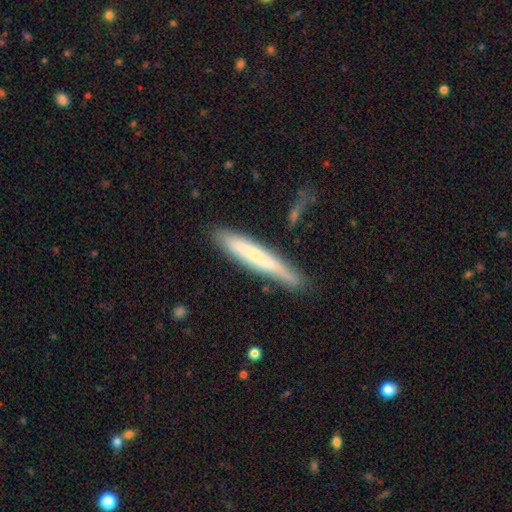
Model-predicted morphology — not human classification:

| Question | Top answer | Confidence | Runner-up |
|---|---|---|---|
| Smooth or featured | smooth | 59% | featured or disk (34%) |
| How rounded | cigar-shaped | 94% | in between (5%) |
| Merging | none | 77% | minor disturbance (17%) |